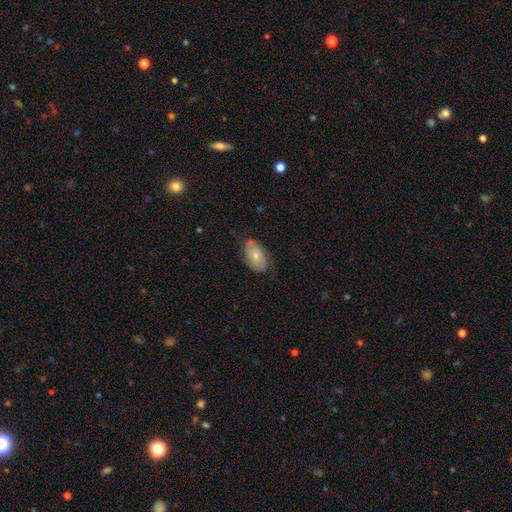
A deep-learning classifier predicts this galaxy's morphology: This is likely a smooth galaxy (67%). How rounded: clearly in between (93%). Merging: likely none (71%).